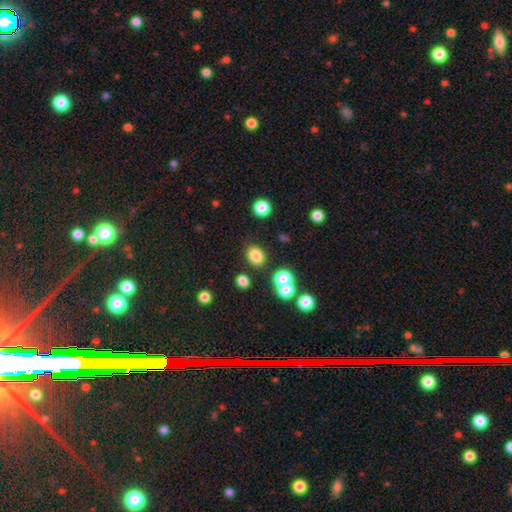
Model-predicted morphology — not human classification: smooth-or-featured: smooth: 81% | star or artifact: 14% | featured or disk: 5%
  how-rounded: round: 50% | in between: 49% | cigar-shaped: 1%
  merging: none: 81% | minor disturbance: 9% | merger: 6% | major disturbance: 3%